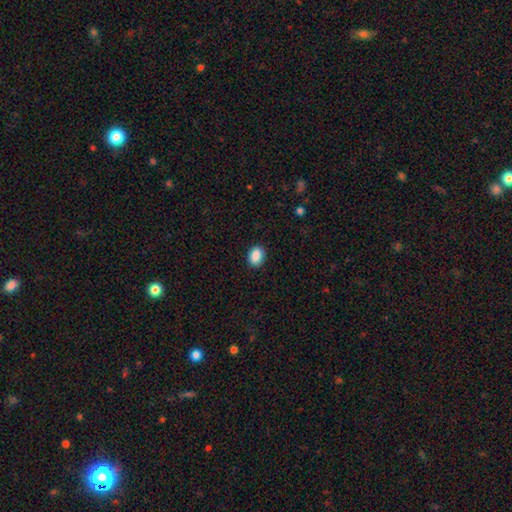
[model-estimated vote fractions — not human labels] Smooth or featured: smooth — 89% (star or artifact — 8%)
How rounded: in between — 73% (round — 25%)
Merging: none — 89% (minor disturbance — 8%)